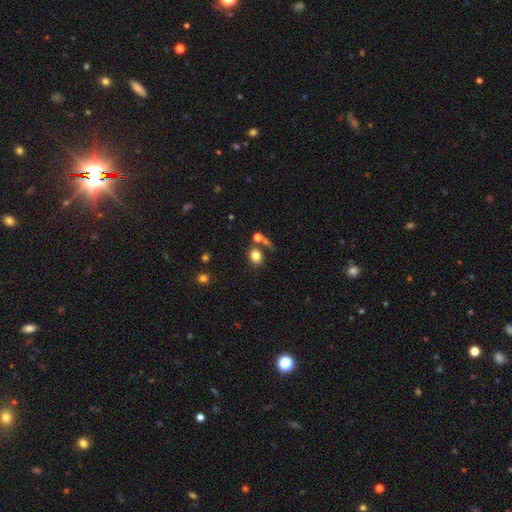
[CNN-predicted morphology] A smooth galaxy with no disk features (80%) that is round (70%).

Vote fractions:
- Smooth or featured? smooth: 80% / star or artifact: 12% / featured or disk: 9%
- How rounded? round: 70% / in between: 29% / cigar-shaped: 1%
- Merging? none: 64% / merger: 20% / minor disturbance: 10% / major disturbance: 5%